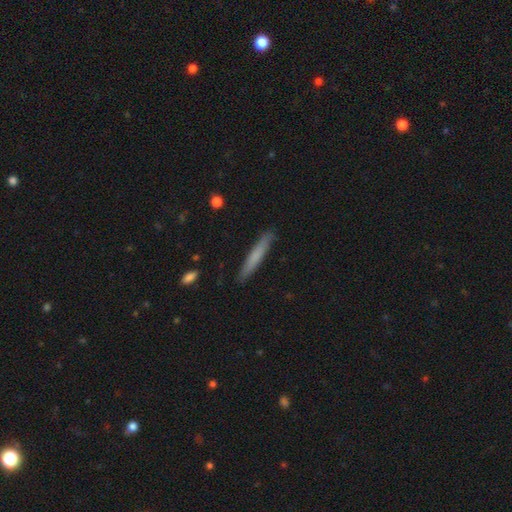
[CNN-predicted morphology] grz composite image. It shows a smooth galaxy with no disk features (69%) that is cigar-shaped (95%). Merging: none (89%).